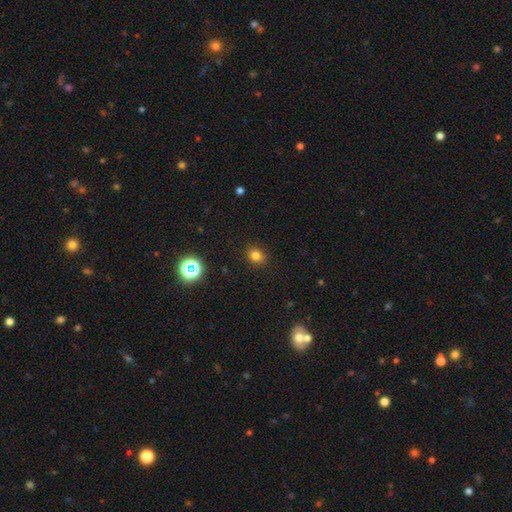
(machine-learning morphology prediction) smooth 78%, star or artifact 16%, featured or disk 6%. Down the decision tree: how rounded — round (68%); merging — none (88%).